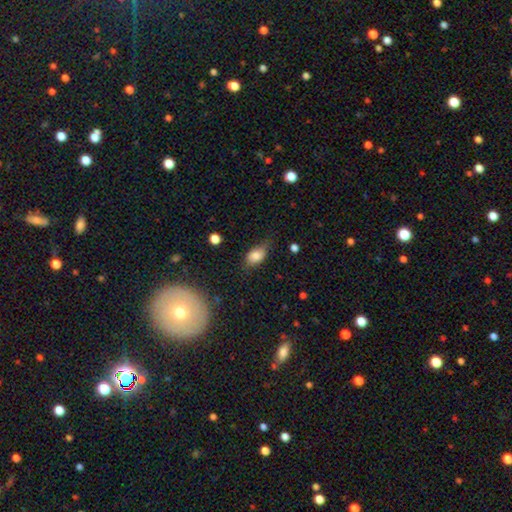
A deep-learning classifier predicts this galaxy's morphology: The model was most divided on "merging": none: 59%, minor disturbance: 30%, major disturbance: 9%, merger: 2%. More confident: how rounded — in between (82%); smooth or featured — smooth (77%).